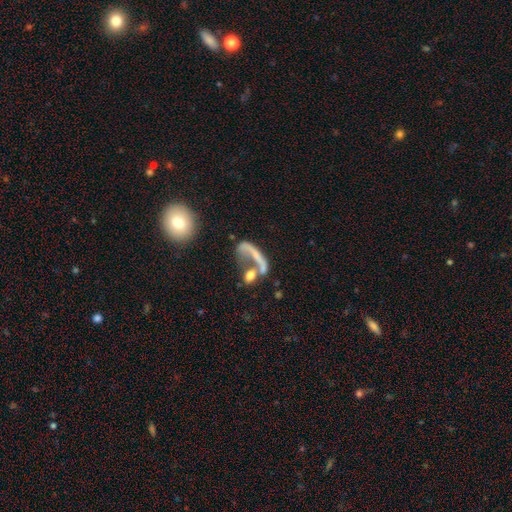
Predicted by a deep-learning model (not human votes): Smooth or featured?
  - featured or disk: 46% *
  - smooth: 41%
  - star or artifact: 13%
Merging?
  - merger: 34% *
  - major disturbance: 33%
  - none: 22%
  - minor disturbance: 10%